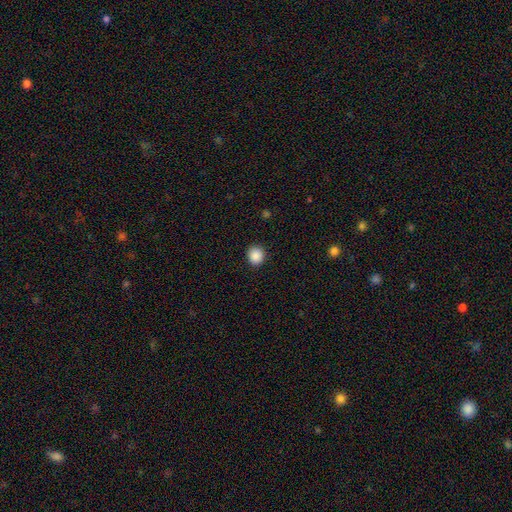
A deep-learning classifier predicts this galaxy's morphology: The model was most divided on "how rounded": round: 85%, in between: 15%, cigar-shaped: 1%. More confident: merging — none (91%); smooth or featured — smooth (88%).